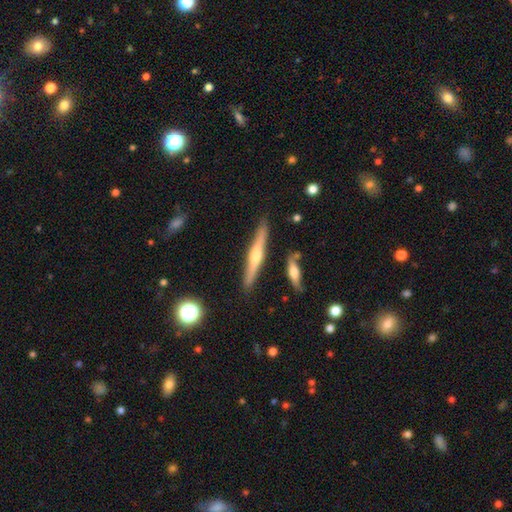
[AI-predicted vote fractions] Overall: featured or disk (67%). Edge-on disk: yes (97%). Edge-on bulge: rounded (87%). Merging: none (87%).